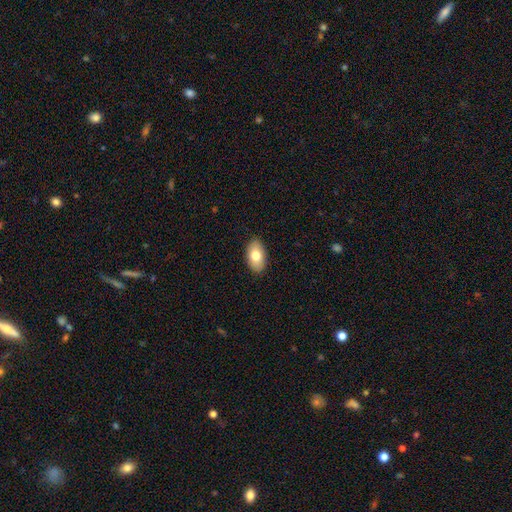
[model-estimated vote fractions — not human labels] smooth_or_featured: smooth (p=0.78) [alt: featured or disk p=0.15]
how_rounded: in between (p=0.93) [alt: round p=0.05]
merging: none (p=0.89) [alt: minor disturbance p=0.08]